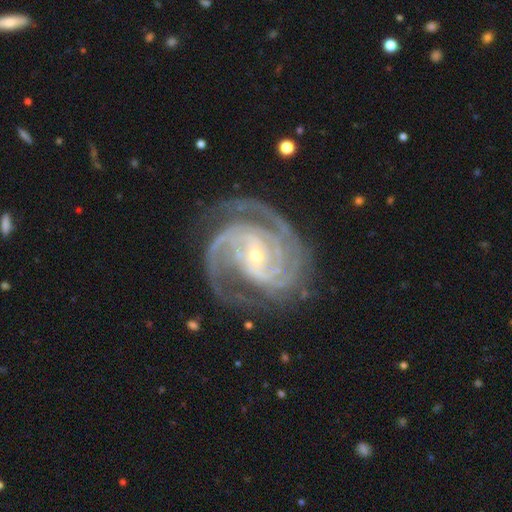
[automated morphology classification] smooth_or_featured: featured or disk (p=0.93) [alt: star or artifact p=0.05]
disk_edge_on: no (p=0.98) [alt: yes p=0.02]
bar: no (p=0.42) [alt: weak p=0.36]
has_spiral_arms: yes (p=0.99) [alt: no p=0.01]
spiral_winding: tight (p=0.62) [alt: medium p=0.34]
spiral_arm_count: 2 (p=0.39) [alt: 3 p=0.29]
bulge_size: small (p=0.73) [alt: moderate p=0.24]
merging: none (p=0.74) [alt: minor disturbance p=0.17]